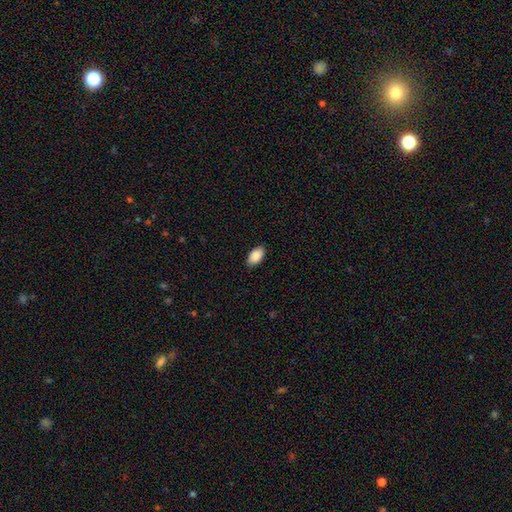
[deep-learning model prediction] Overall: smooth (89%). How rounded: in between (95%). Merging: none (88%).